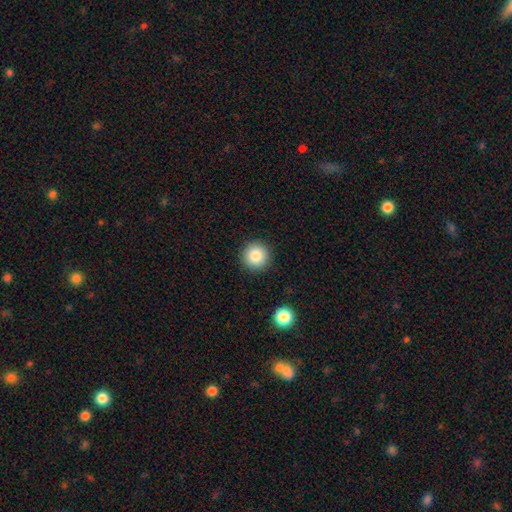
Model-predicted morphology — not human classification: This is clearly a smooth galaxy (83%). How rounded: clearly round (96%). Merging: clearly none (91%).